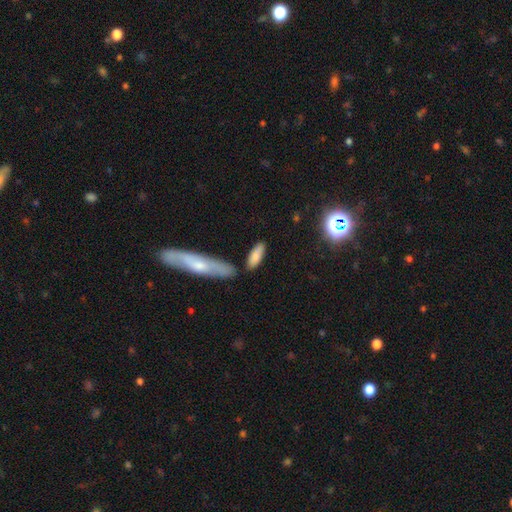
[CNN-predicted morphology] smooth-or-featured: smooth: 82% | featured or disk: 12% | star or artifact: 6%
  how-rounded: in between: 61% | cigar-shaped: 37% | round: 2%
  merging: none: 71% | minor disturbance: 15% | merger: 10% | major disturbance: 4%